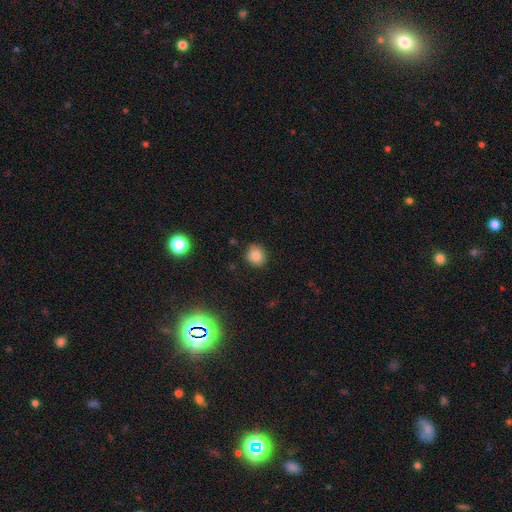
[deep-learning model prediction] Smooth or featured: smooth — 84% (star or artifact — 11%)
How rounded: round — 82% (in between — 17%)
Merging: none — 86% (minor disturbance — 10%)